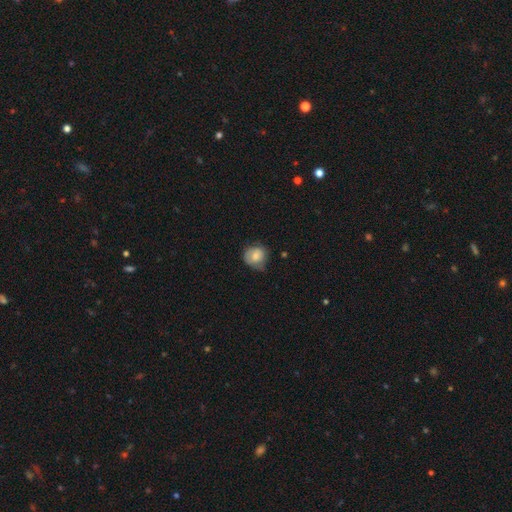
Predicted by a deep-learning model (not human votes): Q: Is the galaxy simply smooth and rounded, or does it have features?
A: smooth — 73%.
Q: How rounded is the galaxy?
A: round — 76%.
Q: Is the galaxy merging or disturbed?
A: none — 55%.